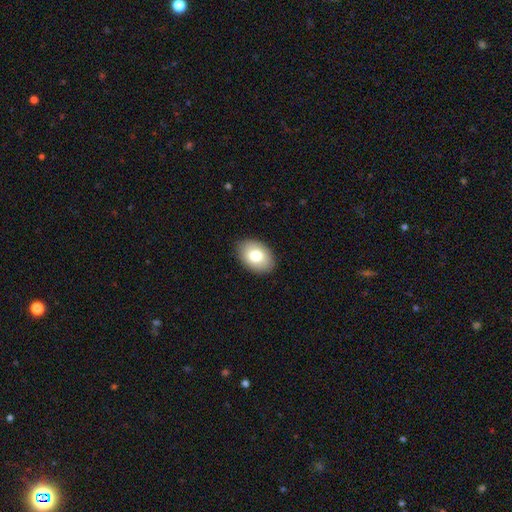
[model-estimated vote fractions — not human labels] The model was most divided on "smooth or featured": smooth: 78%, featured or disk: 15%, star or artifact: 7%. More confident: merging — none (89%); how rounded — in between (85%).